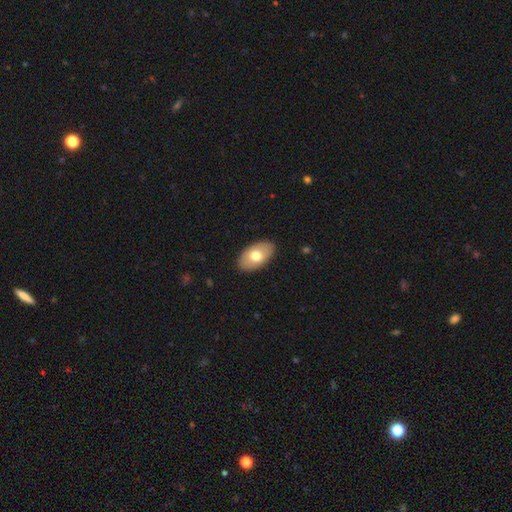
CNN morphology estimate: Smooth or featured: smooth — 69% (featured or disk — 25%)
How rounded: in between — 94% (round — 5%)
Merging: none — 88% (minor disturbance — 9%)